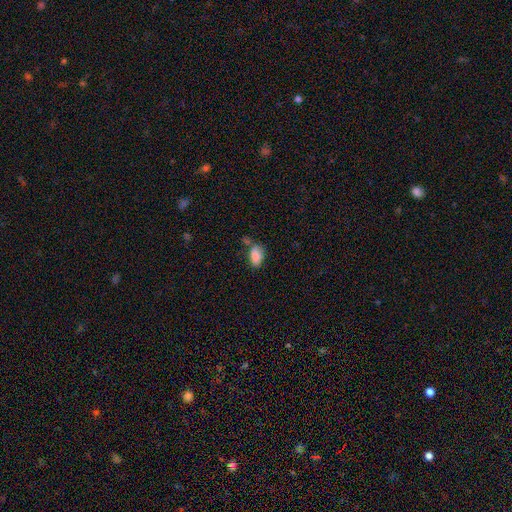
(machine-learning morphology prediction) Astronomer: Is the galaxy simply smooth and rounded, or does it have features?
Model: smooth — 86%.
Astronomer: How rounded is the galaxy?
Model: in between — 91%.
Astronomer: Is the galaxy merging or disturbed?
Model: none — 51%.